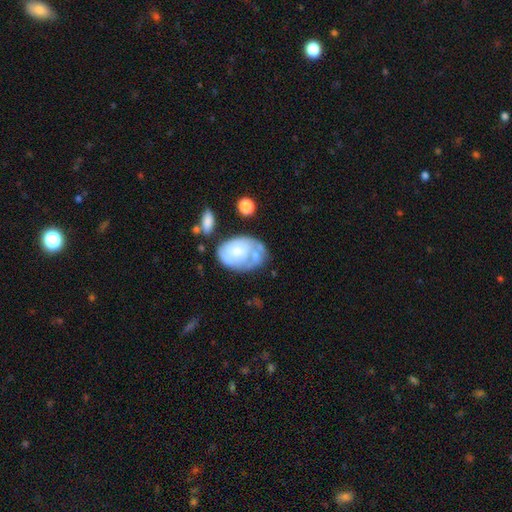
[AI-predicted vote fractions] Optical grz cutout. It shows a featured or disk galaxy (48%). Merging: none (36%).